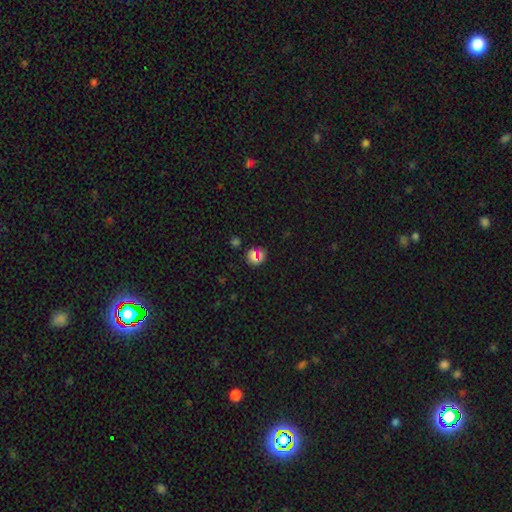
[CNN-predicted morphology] This appears to be a smooth galaxy with no disk features (60%) that is round (87%). Merging: none (80%).